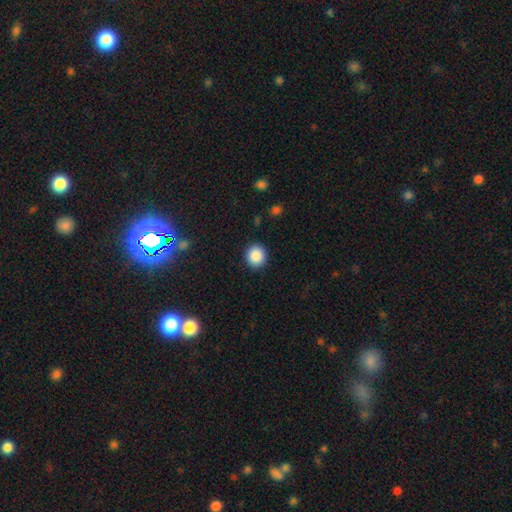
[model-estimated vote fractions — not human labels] This is clearly a smooth galaxy (88%). How rounded: clearly round (88%). Merging: clearly none (91%).